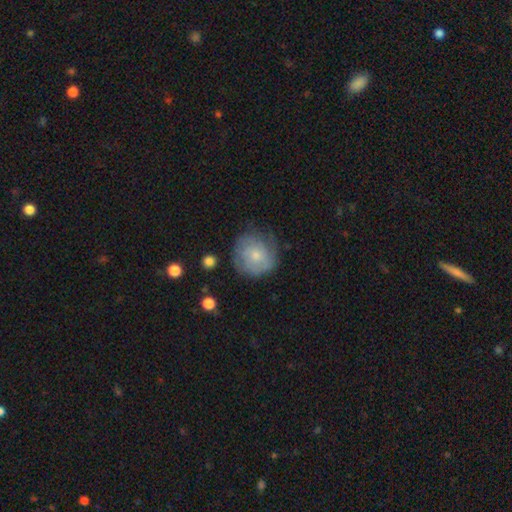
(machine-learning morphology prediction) This is possibly a featured or disk galaxy (48%). Merging: likely none (67%).